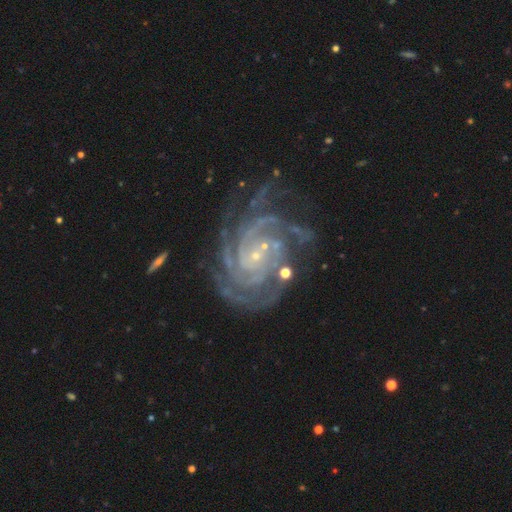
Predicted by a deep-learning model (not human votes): The model was most divided on "spiral arm count": 4: 31%, more than 4: 19%, 3: 18%, can't tell: 13%, 2: 11%, 1: 8%. More confident: spiral arms — yes (99%); edge-on disk — no (98%); smooth or featured — featured or disk (92%); bulge size — small (87%); spiral winding — tight (77%); merging — none (66%); bar — no (63%).